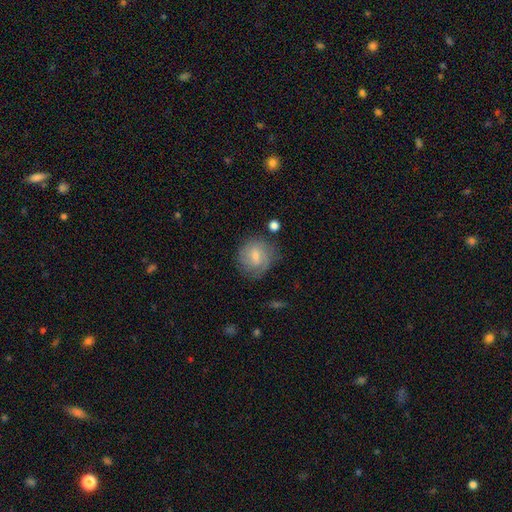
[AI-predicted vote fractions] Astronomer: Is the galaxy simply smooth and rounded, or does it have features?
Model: smooth — 59% (runner-up: featured or disk, 34%).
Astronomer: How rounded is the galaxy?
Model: round — 81%.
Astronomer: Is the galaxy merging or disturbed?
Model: none — 69%.